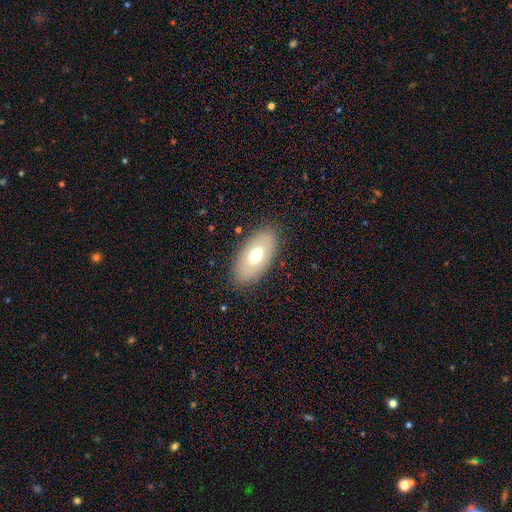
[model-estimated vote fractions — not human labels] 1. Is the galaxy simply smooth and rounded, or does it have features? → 64% smooth, 28% featured or disk, 8% star or artifact.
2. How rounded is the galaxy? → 92% in between, 4% round, 3% cigar-shaped.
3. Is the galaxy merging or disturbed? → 84% none, 11% minor disturbance, 4% major disturbance, 1% merger.